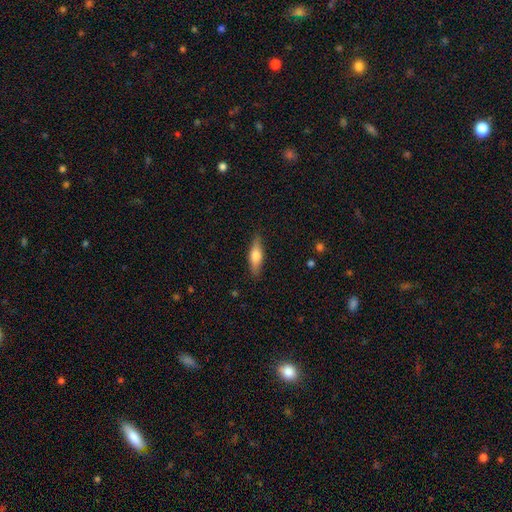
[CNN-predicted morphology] Q: Smooth or featured?
A: smooth (60%); runner-up: featured or disk (34%)
Q: How rounded?
A: cigar-shaped (53%); runner-up: in between (44%)
Q: Merging?
A: none (87%); runner-up: minor disturbance (9%)